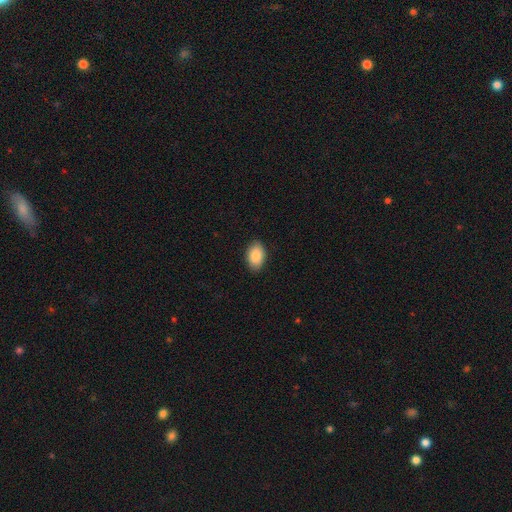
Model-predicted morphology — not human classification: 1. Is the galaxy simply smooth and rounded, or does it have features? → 89% smooth, 6% star or artifact, 5% featured or disk.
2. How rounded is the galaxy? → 91% in between, 7% round, 1% cigar-shaped.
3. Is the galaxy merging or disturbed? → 88% none, 9% minor disturbance, 2% major disturbance, 1% merger.